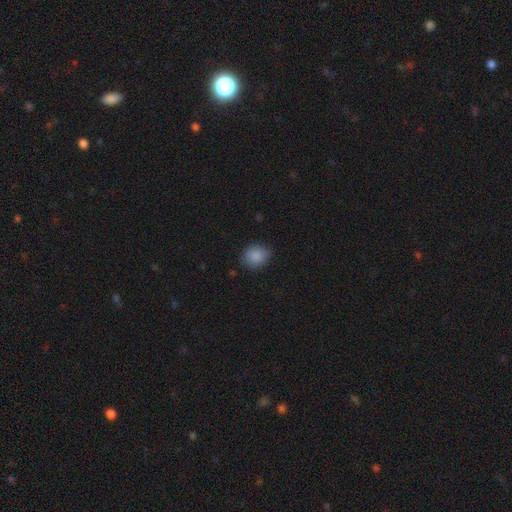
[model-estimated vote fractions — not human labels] smooth-or-featured: smooth: 87% | star or artifact: 8% | featured or disk: 4%
  how-rounded: round: 66% | in between: 33% | cigar-shaped: 1%
  merging: none: 80% | minor disturbance: 16% | major disturbance: 3% | merger: 1%